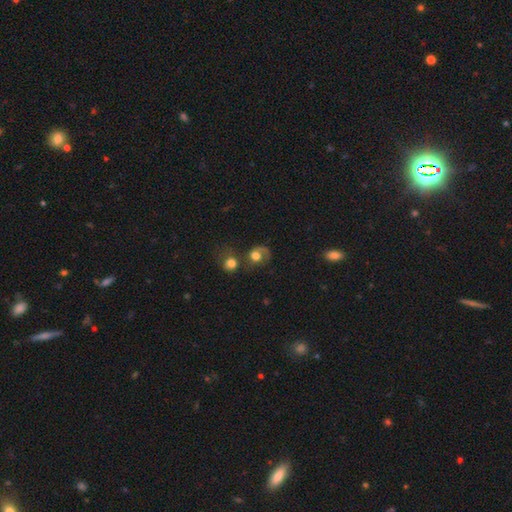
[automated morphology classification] Smooth or featured?
  - smooth: 57% *
  - featured or disk: 33%
  - star or artifact: 10%
How rounded?
  - round: 67% *
  - in between: 32%
  - cigar-shaped: 1%
Merging?
  - none: 32% *
  - merger: 27%
  - major disturbance: 25%
  - minor disturbance: 16%